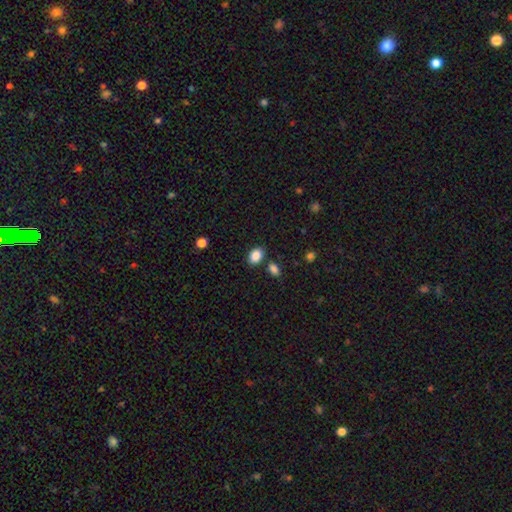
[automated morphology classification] Overall: smooth (88%). How rounded: in between (78%). Merging: none (78%).